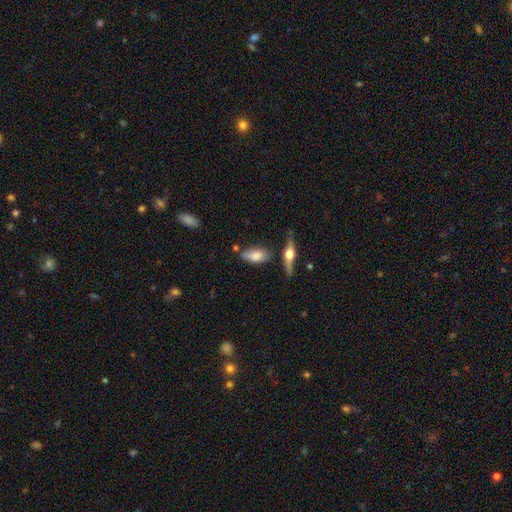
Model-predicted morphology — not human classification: A smooth galaxy with no disk features (72%) that is in between round and cigar-shaped (83%). Merging: none (56%).